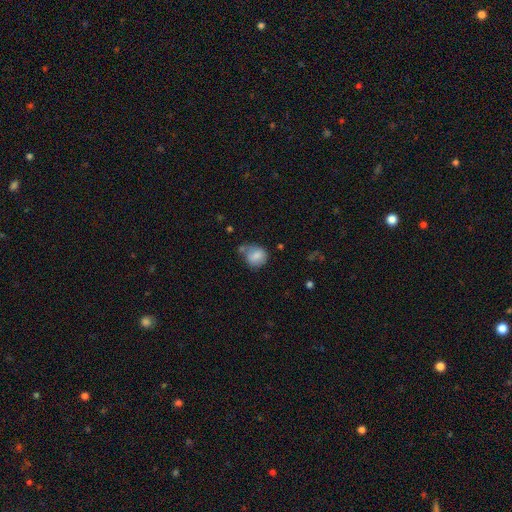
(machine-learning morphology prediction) The model was most divided on "merging": none: 52%, minor disturbance: 24%, merger: 15%, major disturbance: 8%. More confident: smooth or featured — smooth (79%); how rounded — round (73%).